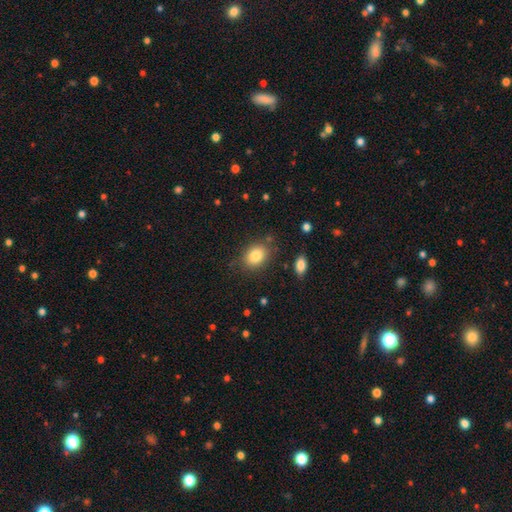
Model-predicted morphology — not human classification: Q: Smooth or featured?
A: smooth (82%); runner-up: star or artifact (9%)
Q: How rounded?
A: in between (64%); runner-up: round (35%)
Q: Merging?
A: none (79%); runner-up: minor disturbance (13%)